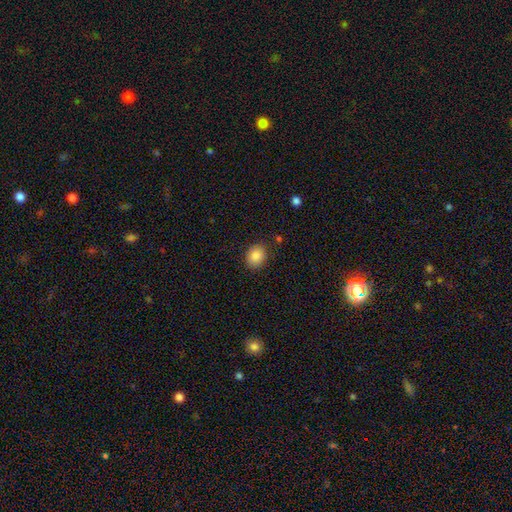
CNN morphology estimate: This is clearly a smooth galaxy (86%). How rounded: possibly round (52%). Merging: clearly none (85%).